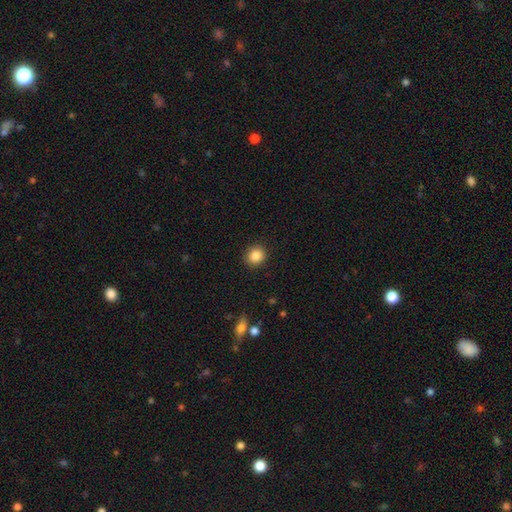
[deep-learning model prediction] This is clearly a smooth galaxy (87%). How rounded: clearly round (84%). Merging: clearly none (91%).